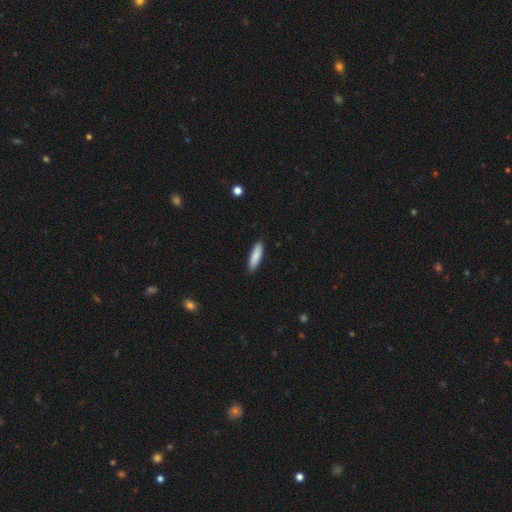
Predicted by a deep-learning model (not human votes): The model was most divided on "how rounded": cigar-shaped: 59%, in between: 39%, round: 2%. More confident: merging — none (89%); smooth or featured — smooth (86%).